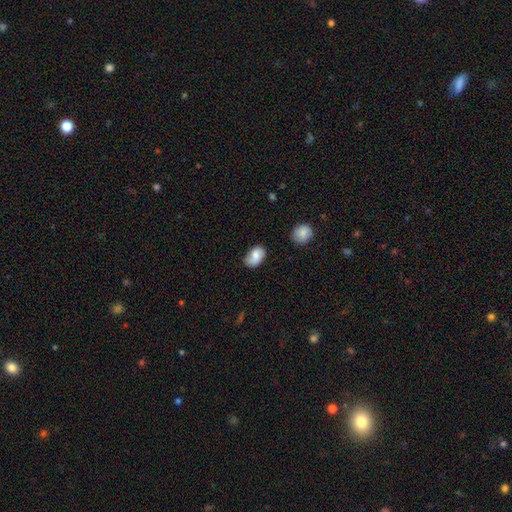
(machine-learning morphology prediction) The model was most divided on "merging": none: 66%, minor disturbance: 26%, major disturbance: 5%, merger: 3%. More confident: how rounded — in between (88%); smooth or featured — smooth (77%).